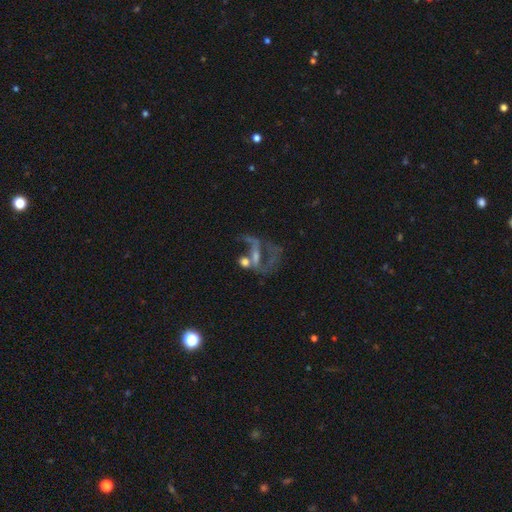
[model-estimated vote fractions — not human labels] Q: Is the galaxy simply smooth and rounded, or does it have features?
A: featured or disk — 66%.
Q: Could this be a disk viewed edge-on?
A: no — 94%.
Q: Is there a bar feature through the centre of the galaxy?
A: no — 46%.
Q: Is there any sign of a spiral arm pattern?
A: yes — 58%.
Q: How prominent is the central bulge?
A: none — 38%.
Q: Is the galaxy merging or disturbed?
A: major disturbance — 34%.